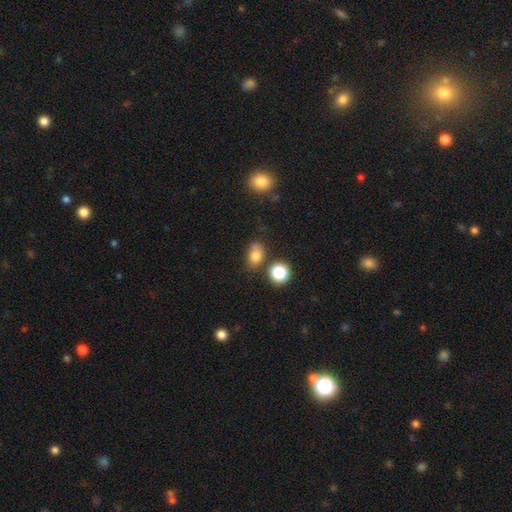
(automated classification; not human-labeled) Overall: smooth (78%). How rounded: in between (70%). Merging: none (58%; minor disturbance 22%).